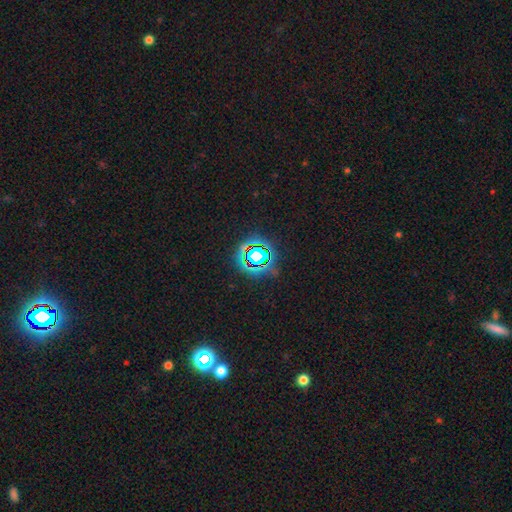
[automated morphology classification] Smooth or featured: star or artifact — 69% (smooth — 20%)